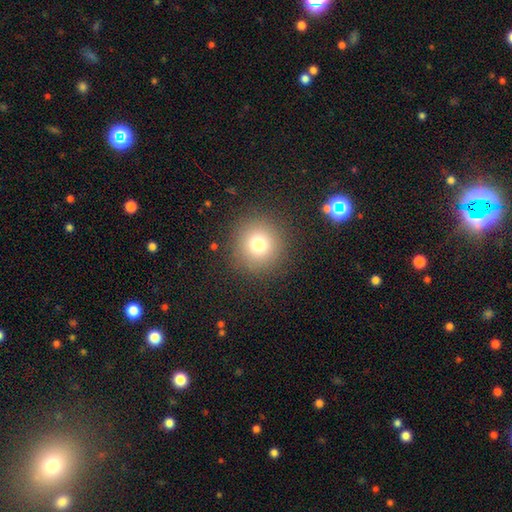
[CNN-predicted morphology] Smooth or featured? Predicted: smooth (p=0.57). How rounded? Predicted: round (p=0.94). Merging? Predicted: none (p=0.91).